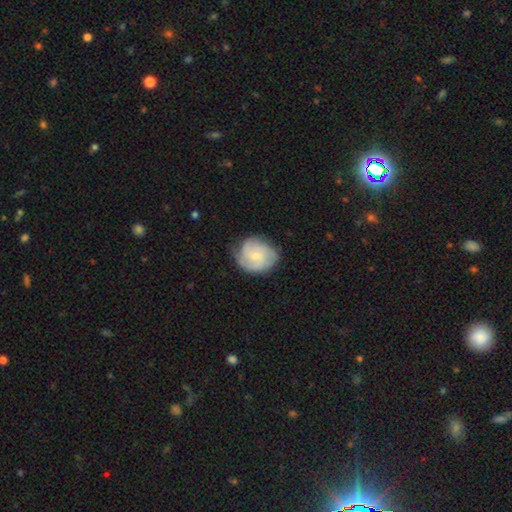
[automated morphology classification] featured or disk 71%, smooth 23%, star or artifact 6%. Down the decision tree: edge-on disk — no (98%); bar — no (54%); spiral arms — yes (95%); spiral arm count — 3 (34%); spiral winding — tight (51%); bulge size — small (64%); merging — none (71%).